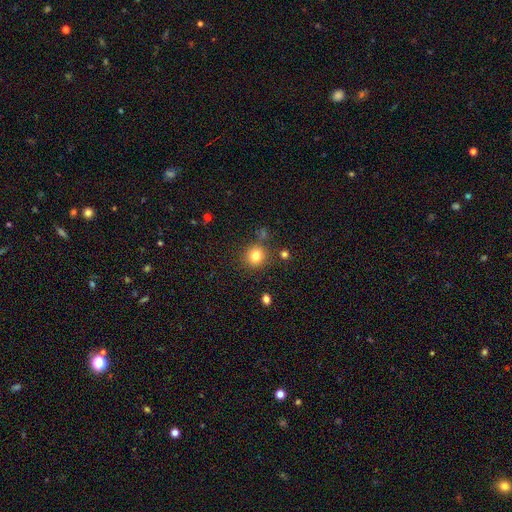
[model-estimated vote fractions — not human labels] Smooth or featured? Predicted: smooth (p=0.81). How rounded? Predicted: round (p=0.90). Merging? Predicted: none (p=0.82).